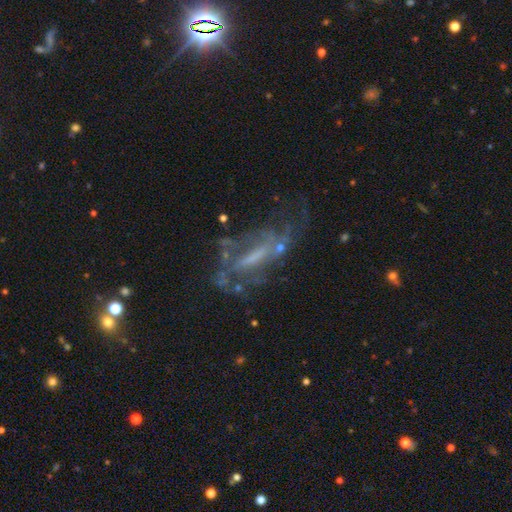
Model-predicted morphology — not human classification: smooth_or_featured: featured or disk (p=0.73) [alt: smooth p=0.13]
disk_edge_on: no (p=0.85) [alt: yes p=0.15]
bar: weak (p=0.36) [tied with: strong p=0.36]
has_spiral_arms: yes (p=0.70) [alt: no p=0.30]
bulge_size: none (p=0.37) [alt: small p=0.31]
merging: none (p=0.47) [alt: major disturbance p=0.28]